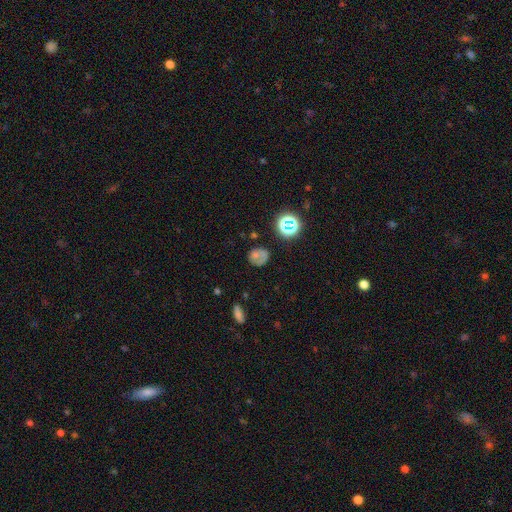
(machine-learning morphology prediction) Overall: smooth (49%; featured or disk 29%). Merging: none (61%).